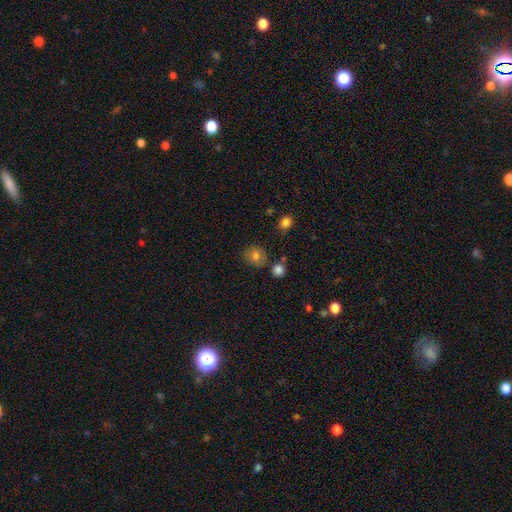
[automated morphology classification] Smooth or featured? smooth (76%)
How rounded? round (80%)
Merging? none (77%)